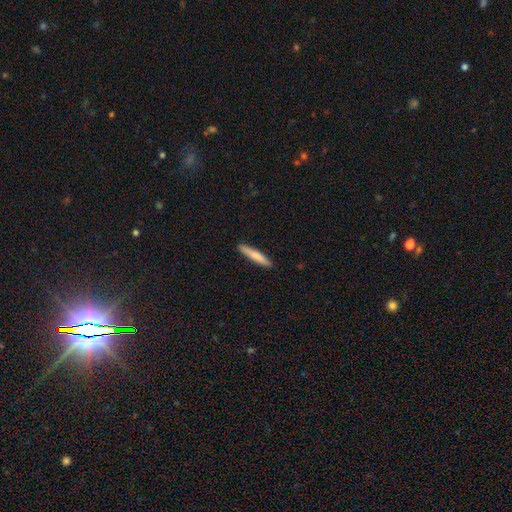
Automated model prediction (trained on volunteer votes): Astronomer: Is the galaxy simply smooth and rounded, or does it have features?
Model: smooth — 79%.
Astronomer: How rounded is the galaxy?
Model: cigar-shaped — 93%.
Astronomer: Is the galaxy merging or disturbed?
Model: none — 90%.